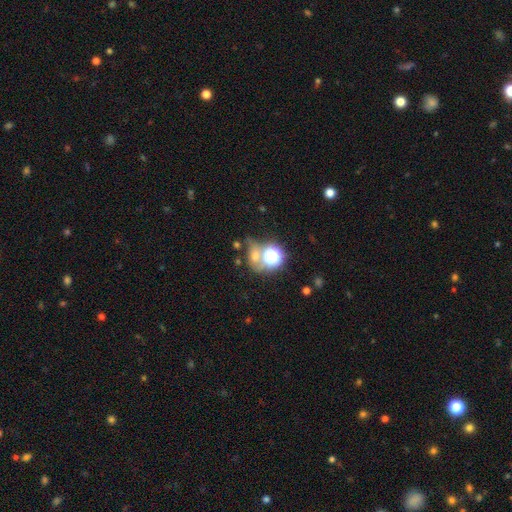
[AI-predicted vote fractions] star or artifact 52%, smooth 35%, featured or disk 13%.